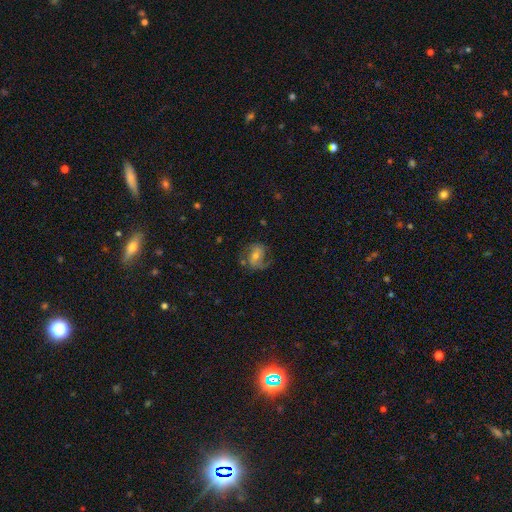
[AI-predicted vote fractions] Smooth or featured? featured or disk (64%)
Edge-on disk? no (97%)
Bar? no (45%)
Spiral arms? yes (87%)
Spiral winding? medium (46%)
Spiral arm count? 2 (73%)
Bulge size? moderate (56%)
Merging? none (60%)